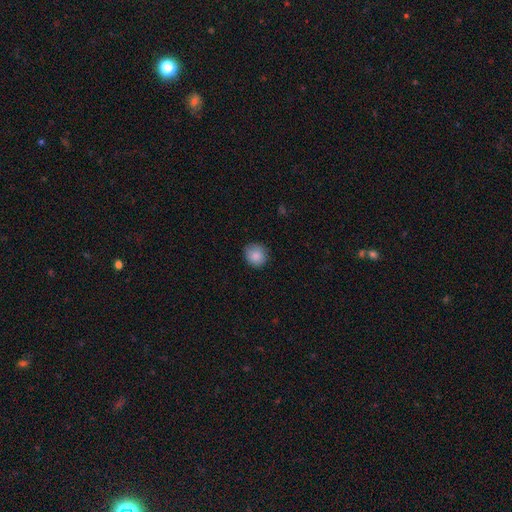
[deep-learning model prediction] Smooth or featured: smooth — 87% (star or artifact — 8%)
How rounded: round — 85% (in between — 14%)
Merging: none — 84% (minor disturbance — 13%)